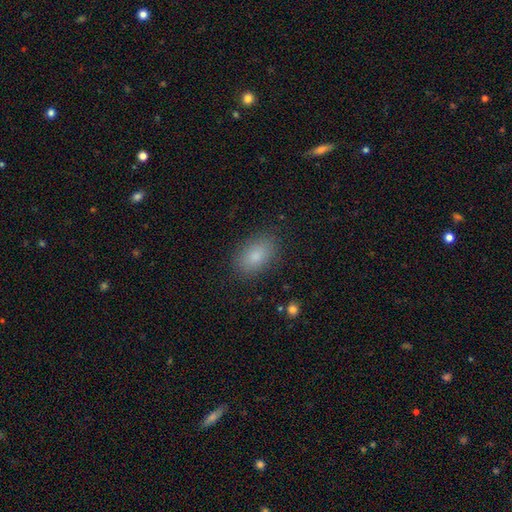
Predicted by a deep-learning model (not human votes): Morphology: type=smooth (83%); roundness=in between (90%); merging=none (86%).